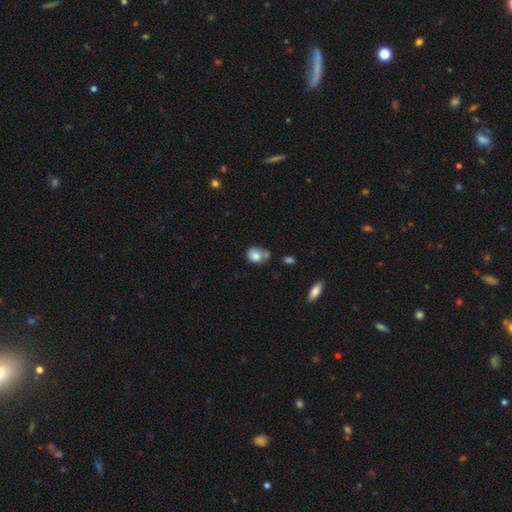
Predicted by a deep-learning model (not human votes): Smooth or featured? Predicted: smooth (p=0.80). How rounded? Predicted: round (p=0.50). Merging? Predicted: none (p=0.43).